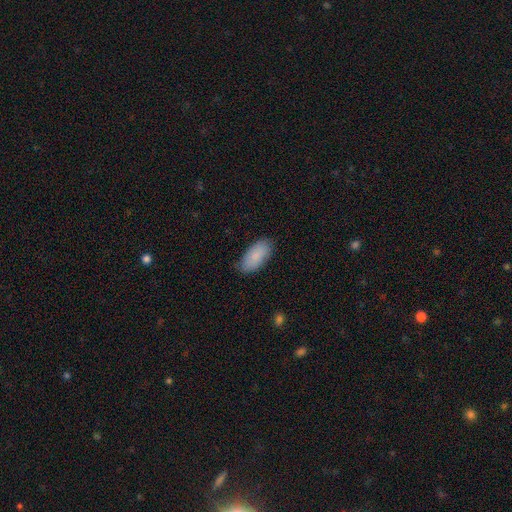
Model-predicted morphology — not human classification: This appears to be a smooth galaxy with no disk features (87%) that is in between round and cigar-shaped (92%). Merging: none (81%).